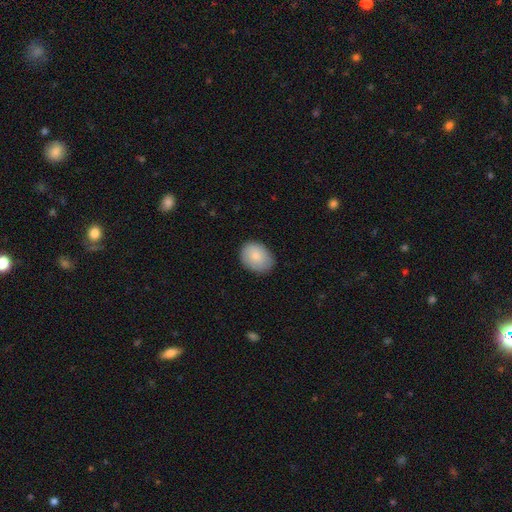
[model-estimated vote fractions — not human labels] This appears to be a smooth galaxy with no disk features (82%) that is in between round and cigar-shaped (60%). Merging: none (82%).